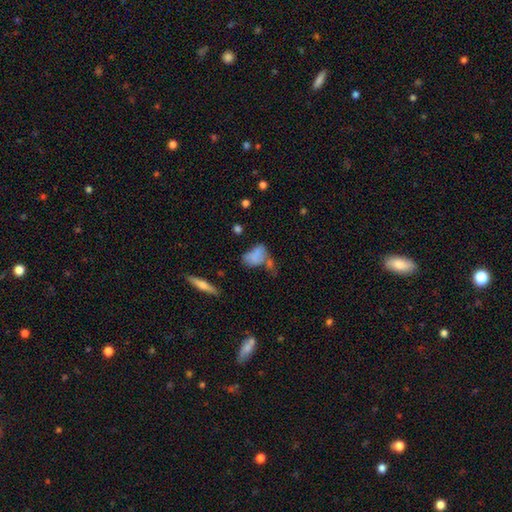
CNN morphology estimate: The model was most divided on "merging": none: 31%, merger: 27%, minor disturbance: 24%, major disturbance: 19%. More confident: how rounded — in between (83%); smooth or featured — smooth (66%).